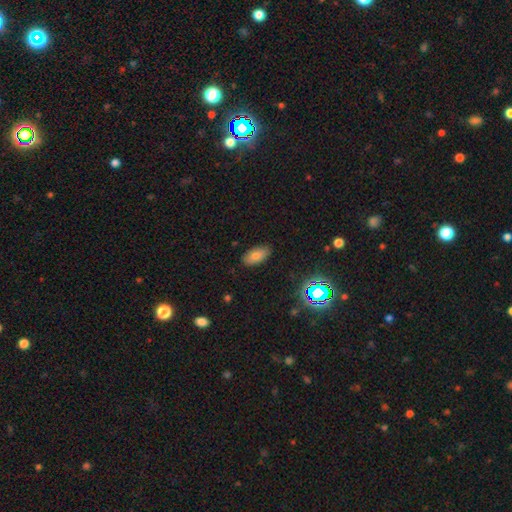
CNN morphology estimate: smooth 73%, star or artifact 14%, featured or disk 13%. Down the decision tree: how rounded — in between (92%); merging — none (85%).